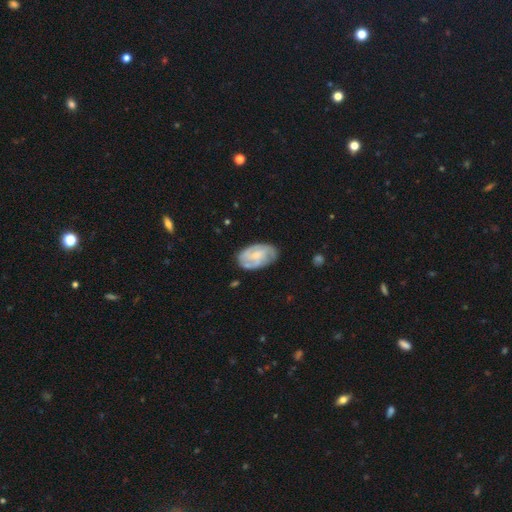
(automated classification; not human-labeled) A featured or disk galaxy (69%) with no bar (57%), tight (47%) spiral arms (88%) and a small central bulge (56%). Merging: none (70%).